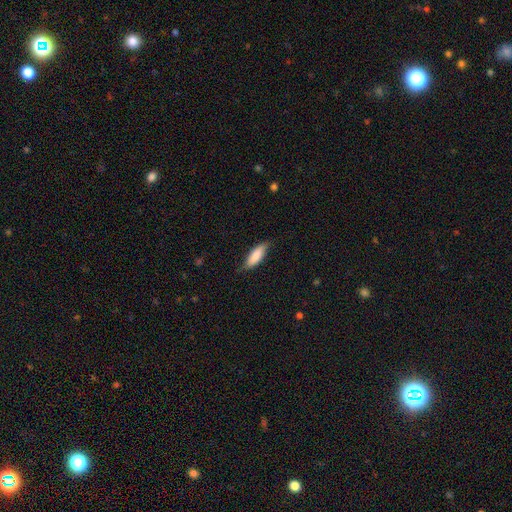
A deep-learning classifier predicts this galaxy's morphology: Q: Smooth or featured?
A: smooth (81%); runner-up: featured or disk (13%)
Q: How rounded?
A: in between (65%); runner-up: cigar-shaped (33%)
Q: Merging?
A: none (71%); runner-up: minor disturbance (24%)